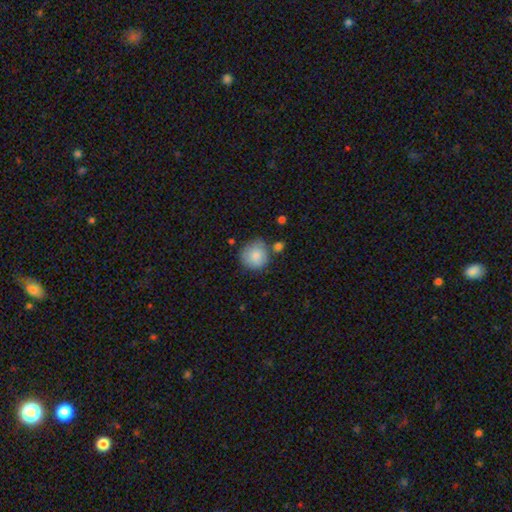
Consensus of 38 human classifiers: A smooth galaxy with no disk features (87%) that is round (94%).

Vote fractions:
- Smooth or featured? smooth: 87% / featured or disk: 13% / star or artifact: 0%
- How rounded? round: 94% / in between: 6% / cigar-shaped: 0%
- Merging? none: 53% / minor disturbance: 32% / major disturbance: 8% / merger: 8%